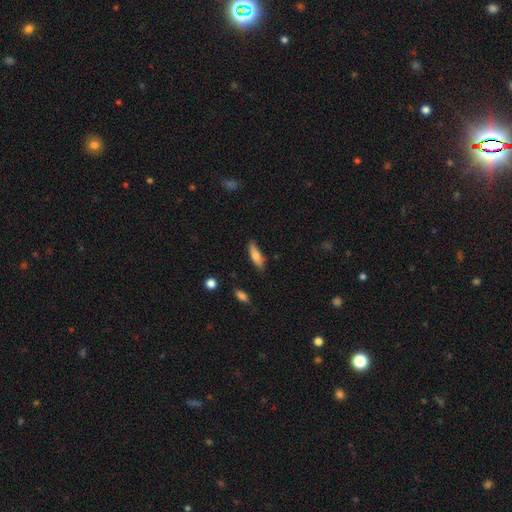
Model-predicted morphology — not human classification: Smooth or featured? smooth (71%)
How rounded? cigar-shaped (51%)
Merging? none (80%)